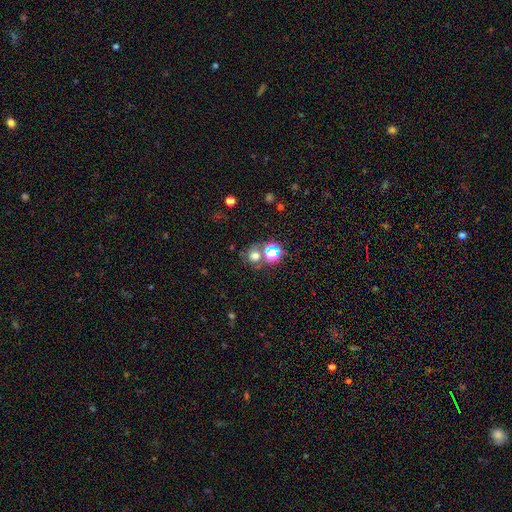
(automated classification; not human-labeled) This is possibly a smooth galaxy (60%). How rounded: clearly round (87%). Merging: likely none (64%).